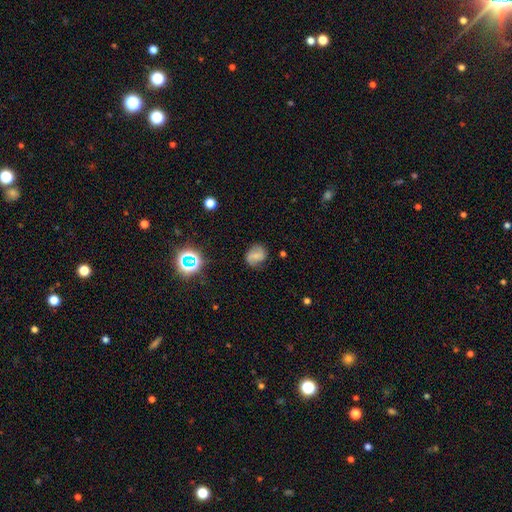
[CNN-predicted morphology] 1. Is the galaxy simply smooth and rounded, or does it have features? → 48% smooth, 38% featured or disk, 14% star or artifact.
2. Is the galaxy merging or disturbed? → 72% none, 20% minor disturbance, 7% major disturbance, 2% merger.